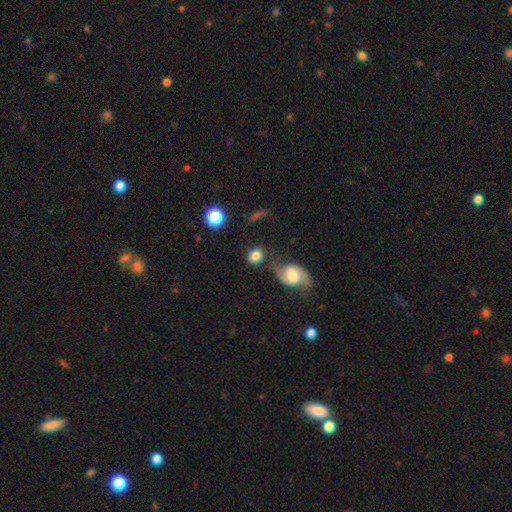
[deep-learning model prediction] Overall: smooth (79%). How rounded: round (67%; in between 31%). Merging: none (63%).